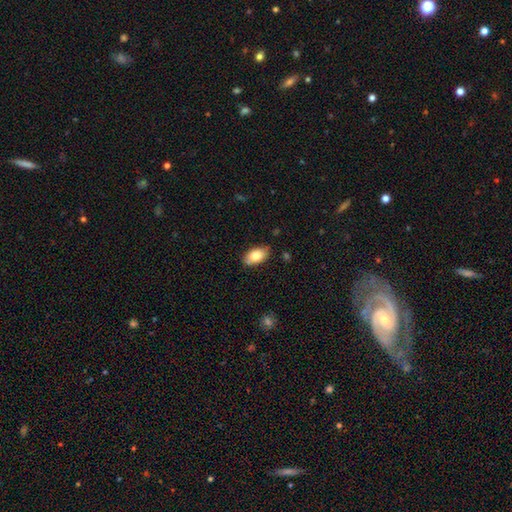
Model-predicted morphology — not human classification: smooth-or-featured: smooth: 80% | featured or disk: 13% | star or artifact: 7%
  how-rounded: in between: 92% | round: 6% | cigar-shaped: 2%
  merging: none: 80% | minor disturbance: 15% | major disturbance: 2% | merger: 2%